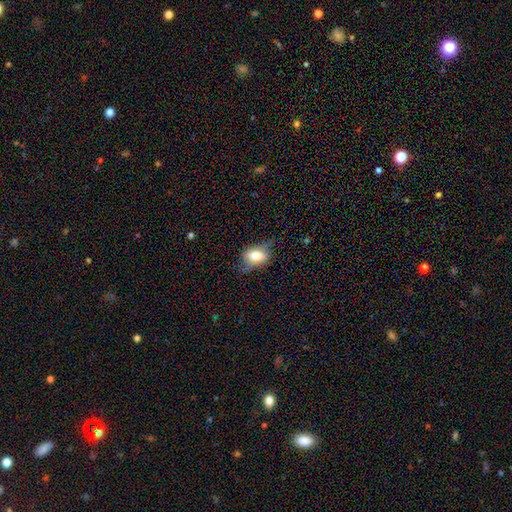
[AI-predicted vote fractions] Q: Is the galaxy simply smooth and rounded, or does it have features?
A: smooth — 60%.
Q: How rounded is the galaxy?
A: in between — 80%.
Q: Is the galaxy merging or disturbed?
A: none — 59%.